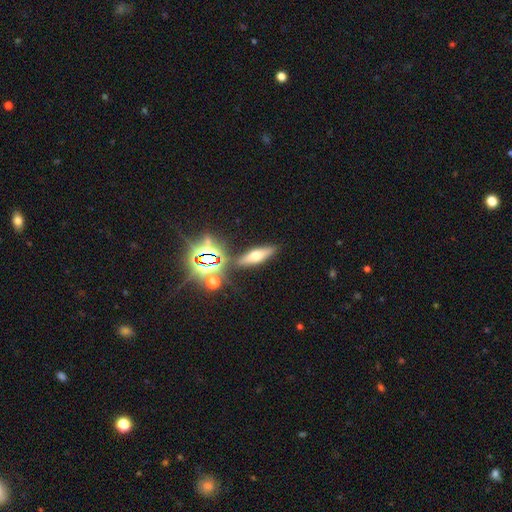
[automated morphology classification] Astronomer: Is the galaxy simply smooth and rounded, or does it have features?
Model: smooth — 43% (runner-up: featured or disk, 35%).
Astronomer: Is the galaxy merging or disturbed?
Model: none — 83%.